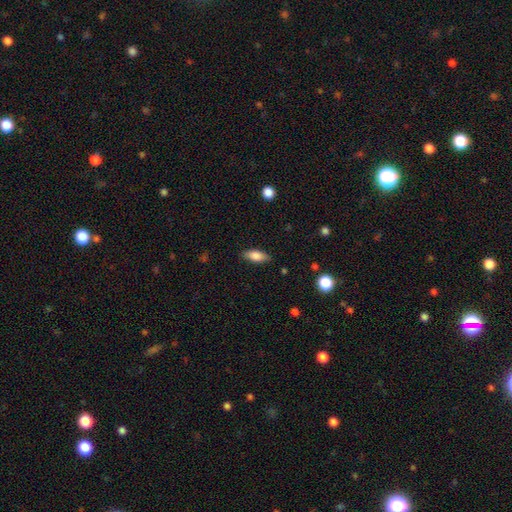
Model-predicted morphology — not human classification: A smooth galaxy with no disk features (82%) that is in between round and cigar-shaped (80%).

Vote fractions:
- Smooth or featured? smooth: 82% / featured or disk: 11% / star or artifact: 7%
- How rounded? in between: 80% / cigar-shaped: 17% / round: 3%
- Merging? none: 85% / minor disturbance: 12% / major disturbance: 3% / merger: 1%